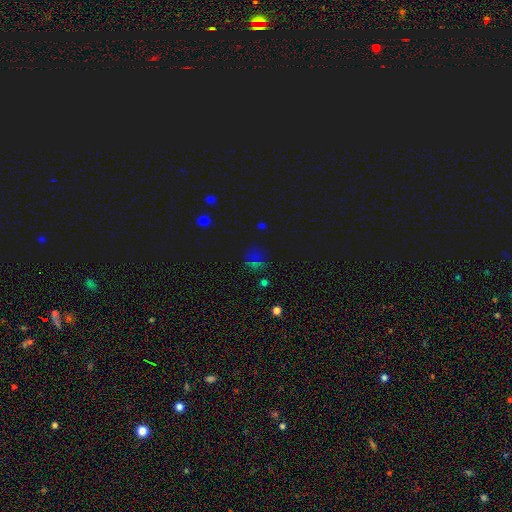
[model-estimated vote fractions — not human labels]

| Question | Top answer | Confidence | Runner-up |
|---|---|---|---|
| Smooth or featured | star or artifact | 51% | smooth (40%) |